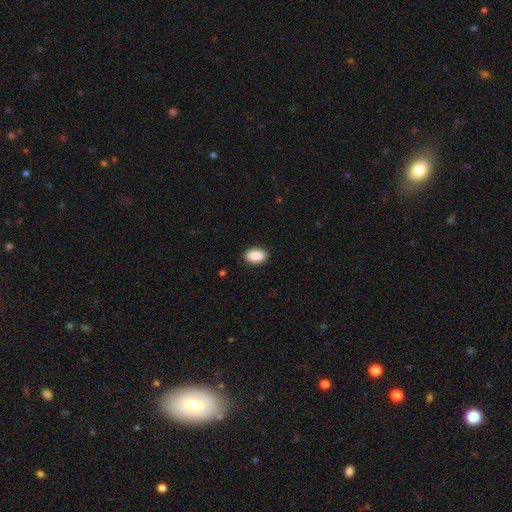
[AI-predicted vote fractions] Smooth or featured? Predicted: smooth (p=0.90). How rounded? Predicted: in between (p=0.92). Merging? Predicted: none (p=0.88).